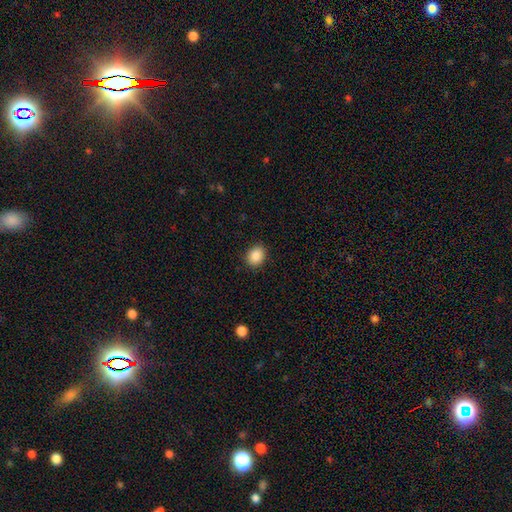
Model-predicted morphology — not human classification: This appears to be a smooth galaxy with no disk features (88%) that is in between round and cigar-shaped (52%). Merging: none (89%).